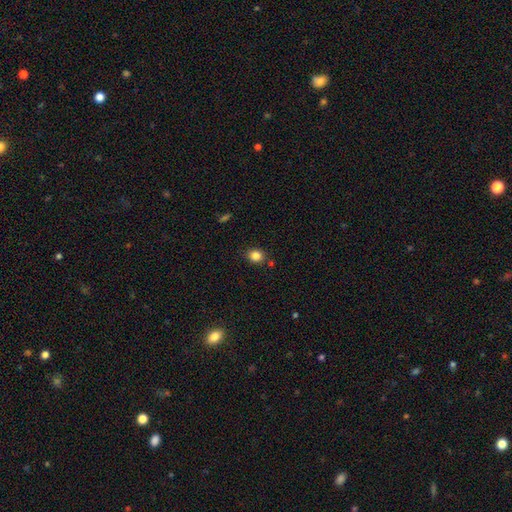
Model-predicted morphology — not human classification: type=smooth (83%); roundness=round (71%); merging=none (81%).